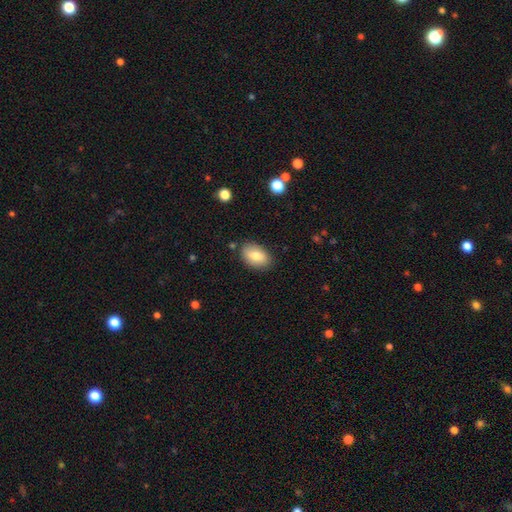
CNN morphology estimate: Smooth or featured?
  - smooth: 78% *
  - featured or disk: 15%
  - star or artifact: 7%
How rounded?
  - in between: 88% *
  - round: 11%
  - cigar-shaped: 1%
Merging?
  - none: 82% *
  - minor disturbance: 13%
  - major disturbance: 3%
  - merger: 2%